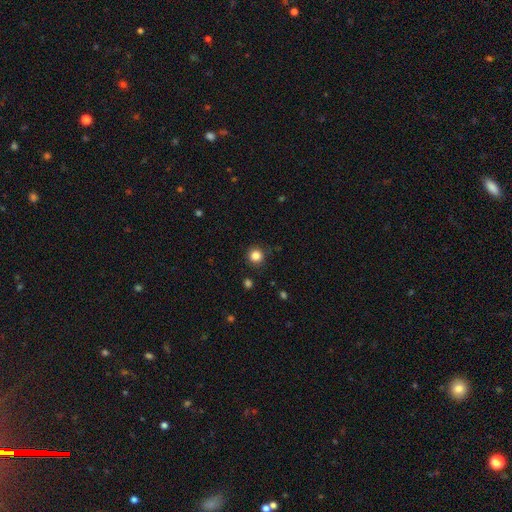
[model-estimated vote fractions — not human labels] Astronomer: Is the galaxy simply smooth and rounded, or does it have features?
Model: smooth — 84%.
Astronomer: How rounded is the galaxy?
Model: round — 94%.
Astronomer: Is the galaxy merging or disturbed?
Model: none — 89%.